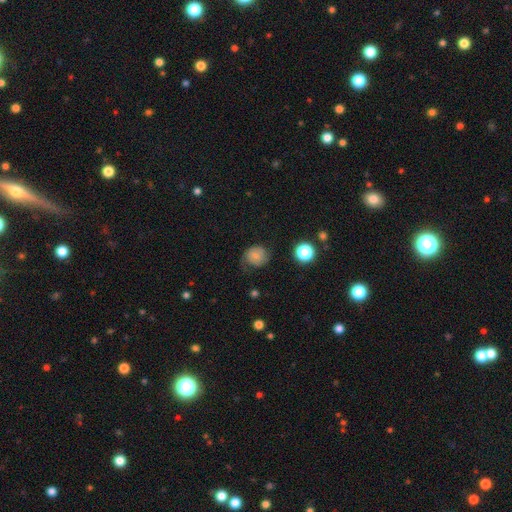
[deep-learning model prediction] This is likely a smooth galaxy (69%). How rounded: likely round (78%). Merging: likely none (60%).